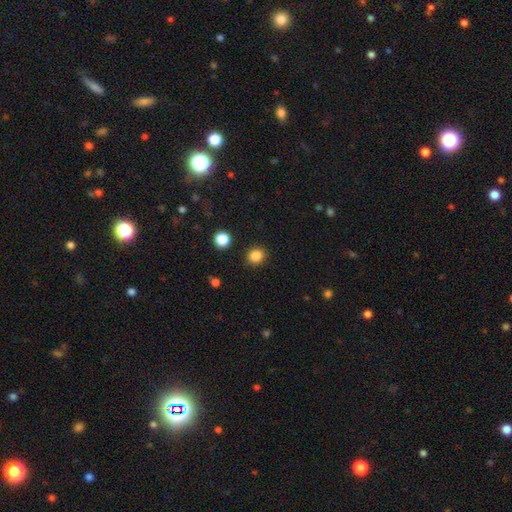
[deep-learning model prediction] Q: Smooth or featured?
A: smooth (84%); runner-up: star or artifact (12%)
Q: How rounded?
A: round (83%); runner-up: in between (17%)
Q: Merging?
A: none (90%); runner-up: minor disturbance (6%)